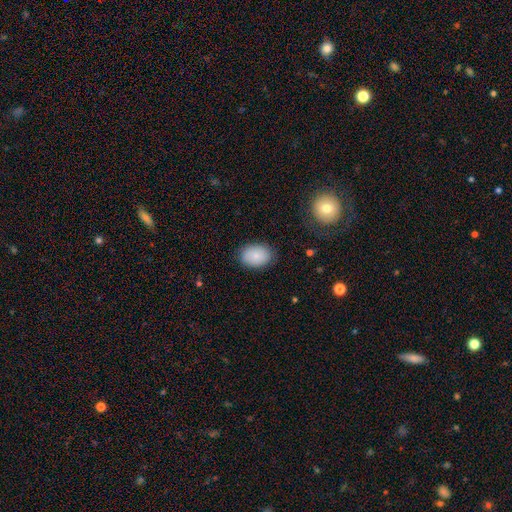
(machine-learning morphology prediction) Smooth or featured? smooth (85%)
How rounded? in between (77%)
Merging? none (83%)